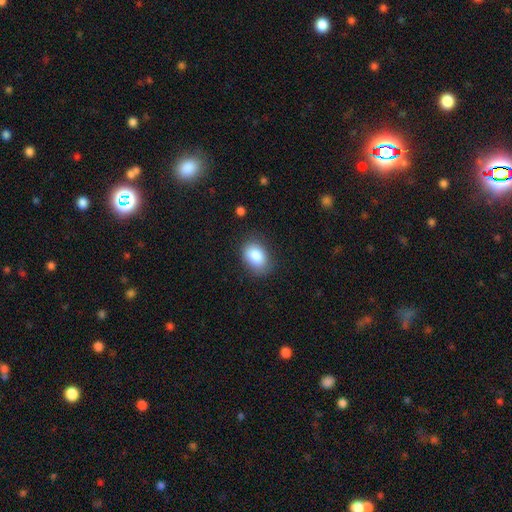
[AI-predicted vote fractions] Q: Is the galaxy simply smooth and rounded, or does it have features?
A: smooth — 85%.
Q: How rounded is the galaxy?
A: in between — 77%.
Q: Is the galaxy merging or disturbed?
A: none — 79%.